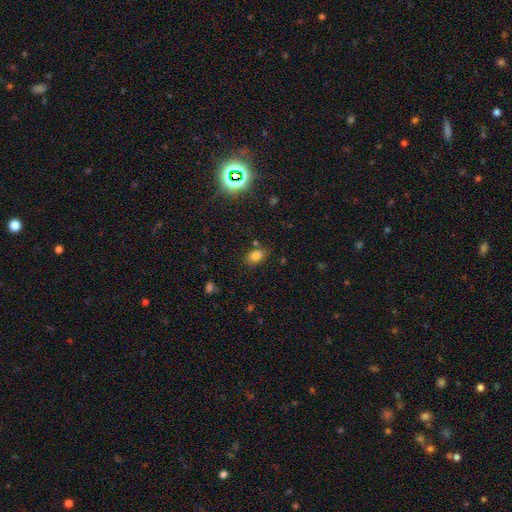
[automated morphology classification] A smooth galaxy with no disk features (75%) that is in between round and cigar-shaped (71%). Merging: none (72%).